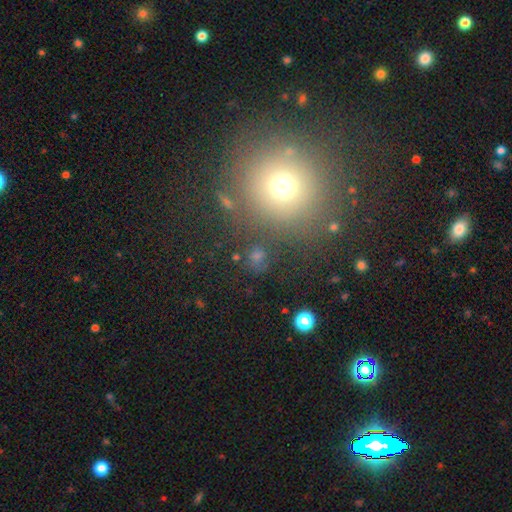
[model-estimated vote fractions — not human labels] This appears to be a smooth galaxy with no disk features (61%) that is round (91%). Merging: none (83%).